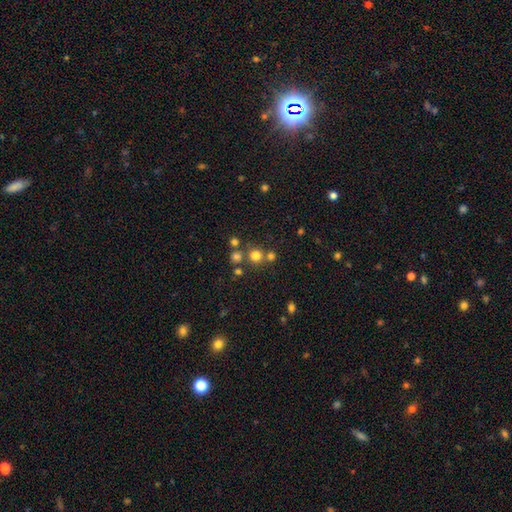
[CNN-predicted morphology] This appears to be a smooth galaxy with no disk features (72%) that is round (92%). Merging: none (70%).